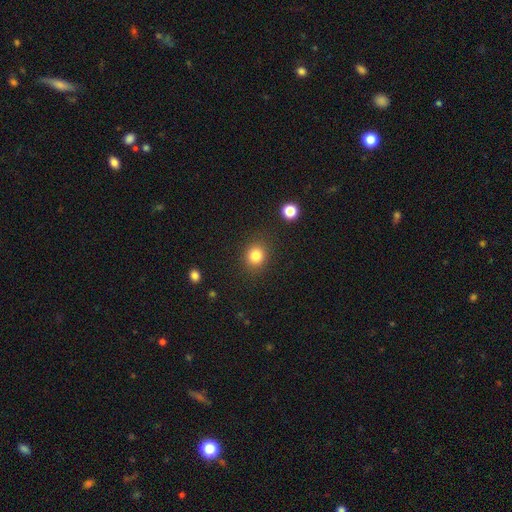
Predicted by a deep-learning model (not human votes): Morphology: type=smooth (83%); roundness=round (79%); merging=none (87%).